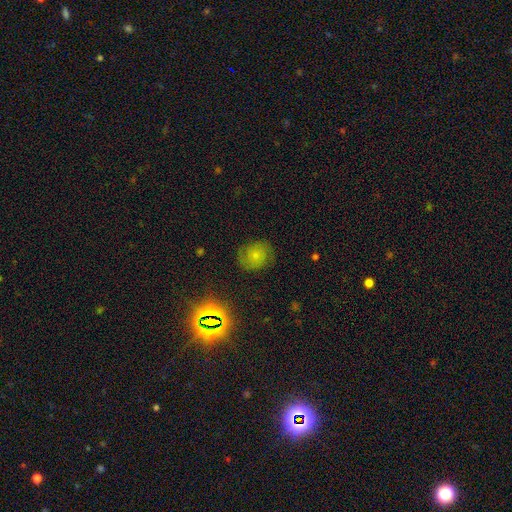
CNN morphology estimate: smooth 58%, featured or disk 26%, star or artifact 16%. Down the decision tree: how rounded — round (73%); merging — none (75%).